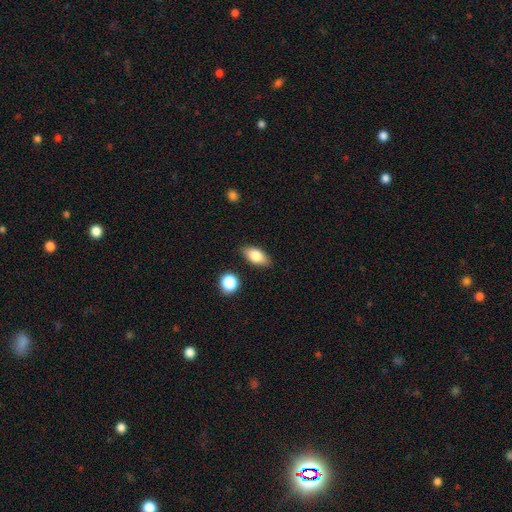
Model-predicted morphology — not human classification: Smooth or featured: smooth — 79% (featured or disk — 13%)
How rounded: in between — 87% (cigar-shaped — 8%)
Merging: none — 85% (minor disturbance — 10%)